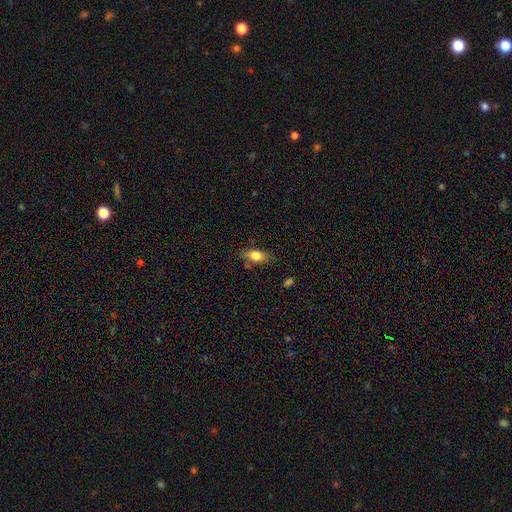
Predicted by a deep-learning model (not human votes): The model was most divided on "merging": none: 71%, minor disturbance: 21%, major disturbance: 5%, merger: 3%. More confident: how rounded — in between (83%); smooth or featured — smooth (78%).